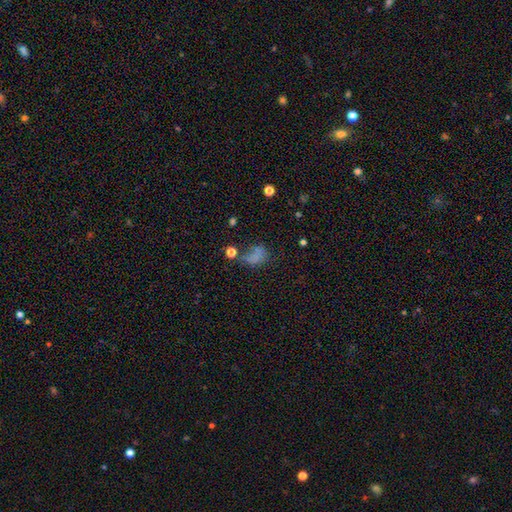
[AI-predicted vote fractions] Smooth or featured? Predicted: smooth (p=0.60). How rounded? Predicted: in between (p=0.71). Merging? Predicted: none (p=0.33).